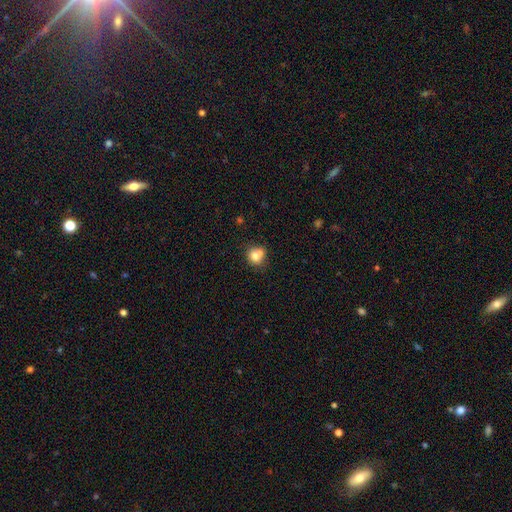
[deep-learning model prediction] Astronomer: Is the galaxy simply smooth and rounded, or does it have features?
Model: smooth — 79%.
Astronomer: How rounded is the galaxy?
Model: round — 81%.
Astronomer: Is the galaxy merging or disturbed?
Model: none — 54%.